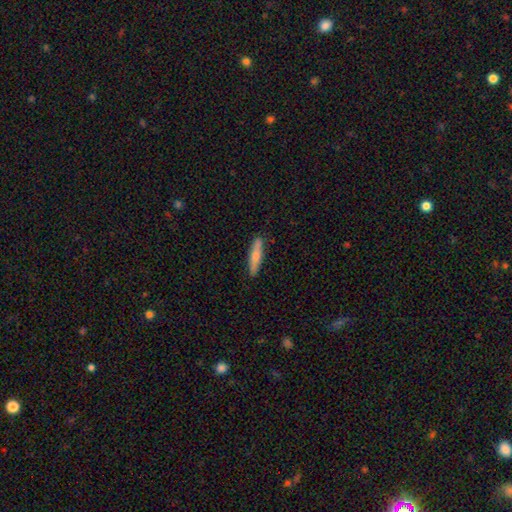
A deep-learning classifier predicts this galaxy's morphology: This appears to be a smooth galaxy with no disk features (67%) that is cigar-shaped (83%). Merging: none (88%).